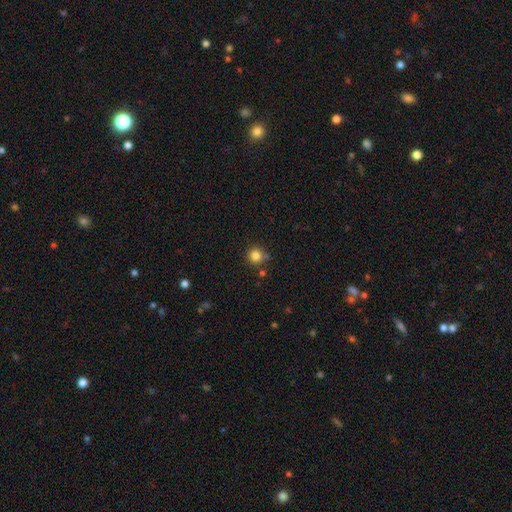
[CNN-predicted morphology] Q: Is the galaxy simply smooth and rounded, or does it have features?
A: smooth — 82%.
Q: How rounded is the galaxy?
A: round — 93%.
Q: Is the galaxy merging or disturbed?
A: none — 78%.